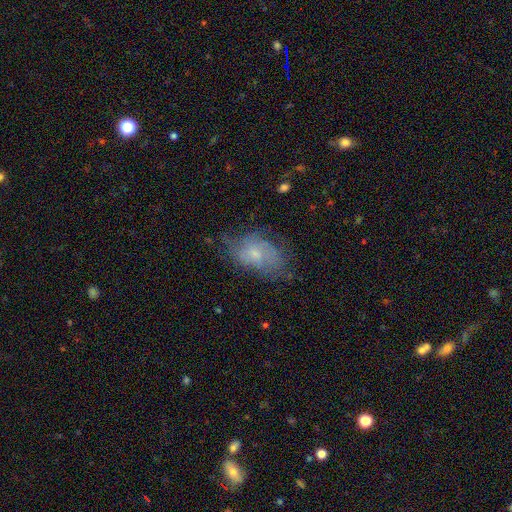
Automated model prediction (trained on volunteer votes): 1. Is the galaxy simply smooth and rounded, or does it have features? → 46% featured or disk, 35% smooth, 20% star or artifact.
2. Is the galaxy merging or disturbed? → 63% none, 24% minor disturbance, 11% major disturbance, 2% merger.